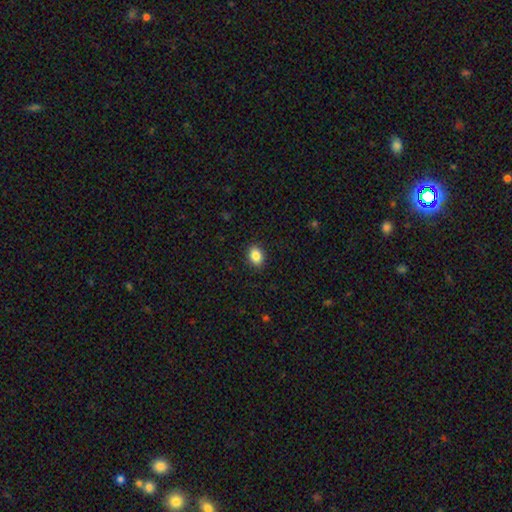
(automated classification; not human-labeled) This appears to be a smooth galaxy with no disk features (86%) that is in between round and cigar-shaped (70%). Merging: none (89%).